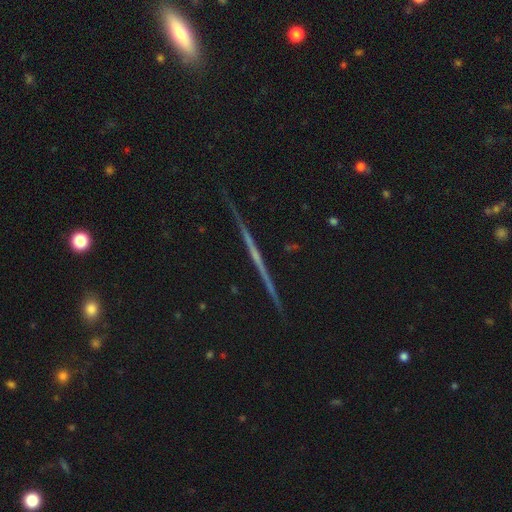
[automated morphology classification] This appears to be a featured or disk galaxy (75%) viewed edge-on (98%) with no central bulge (74%). Merging: none (92%).